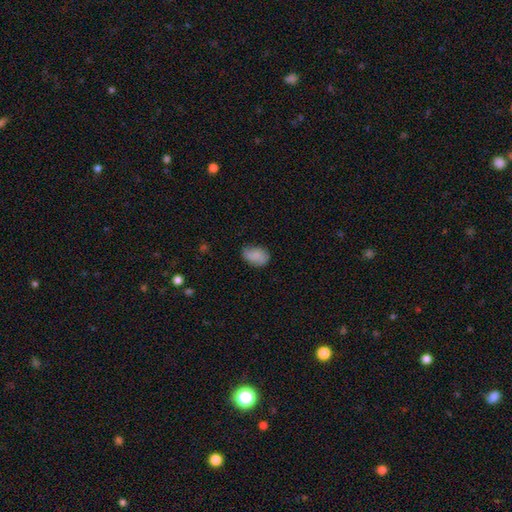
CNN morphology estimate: Q: Smooth or featured?
A: smooth (82%); runner-up: featured or disk (10%)
Q: How rounded?
A: in between (84%); runner-up: round (15%)
Q: Merging?
A: none (64%); runner-up: minor disturbance (29%)